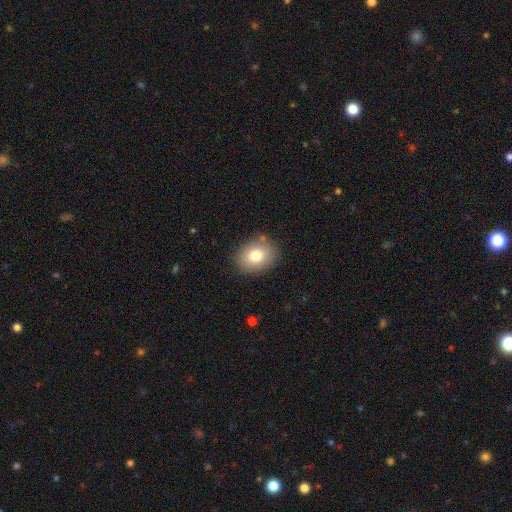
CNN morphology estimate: Q: Smooth or featured?
A: smooth (79%); runner-up: featured or disk (12%)
Q: How rounded?
A: in between (55%); runner-up: round (44%)
Q: Merging?
A: none (85%); runner-up: minor disturbance (10%)